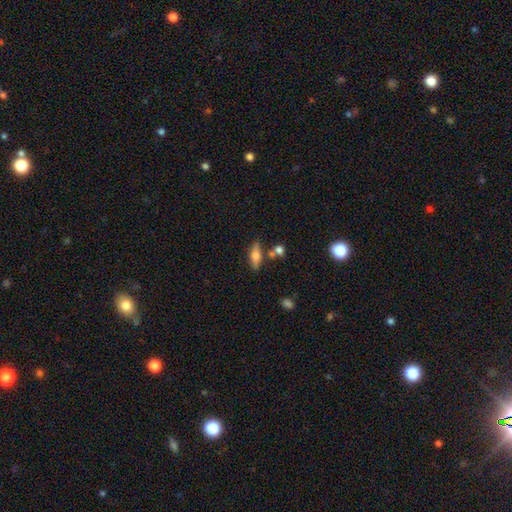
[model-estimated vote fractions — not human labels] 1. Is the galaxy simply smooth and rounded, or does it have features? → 62% smooth, 30% featured or disk, 8% star or artifact.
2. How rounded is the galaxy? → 62% in between, 34% cigar-shaped, 4% round.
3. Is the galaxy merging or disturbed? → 68% none, 14% minor disturbance, 13% merger, 4% major disturbance.